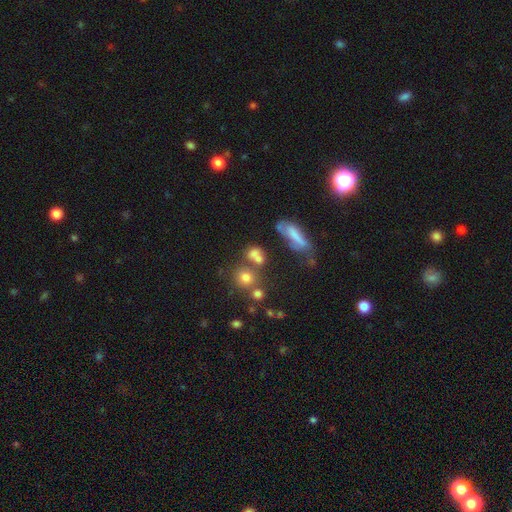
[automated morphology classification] A smooth galaxy with no disk features (65%) that is round (59%). Merging: none (46%).